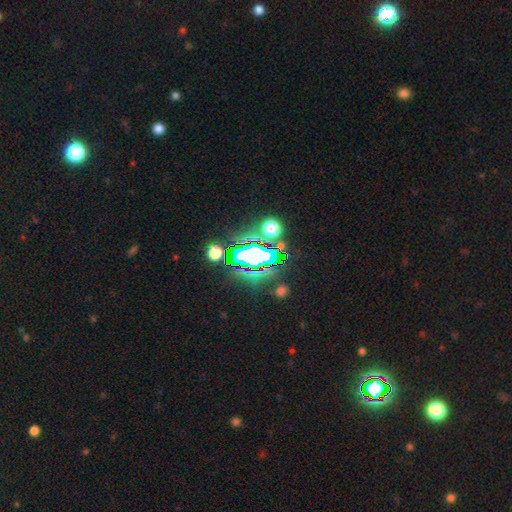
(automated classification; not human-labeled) Smooth or featured: star or artifact — 63% (smooth — 22%)